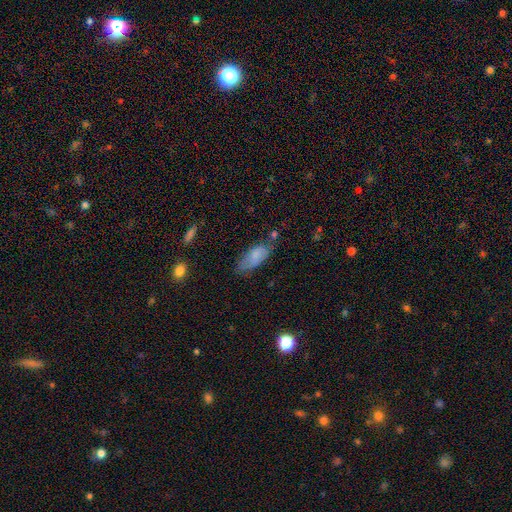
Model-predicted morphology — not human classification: Smooth or featured? Predicted: smooth (p=0.76). How rounded? Predicted: in between (p=0.84). Merging? Predicted: none (p=0.48).